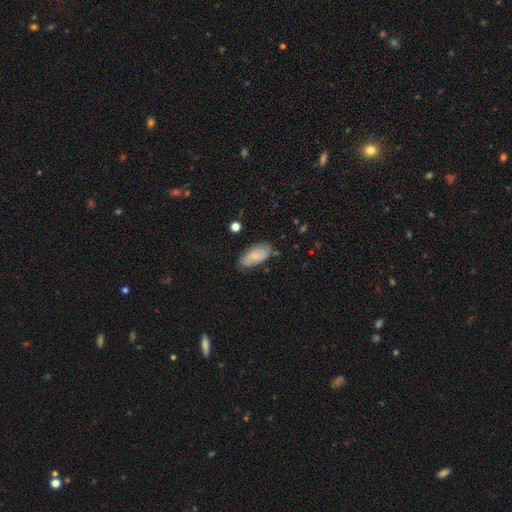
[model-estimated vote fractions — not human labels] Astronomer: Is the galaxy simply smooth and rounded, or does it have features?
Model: smooth — 72%.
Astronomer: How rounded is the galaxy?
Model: in between — 90%.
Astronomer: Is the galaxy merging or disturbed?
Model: none — 70%.